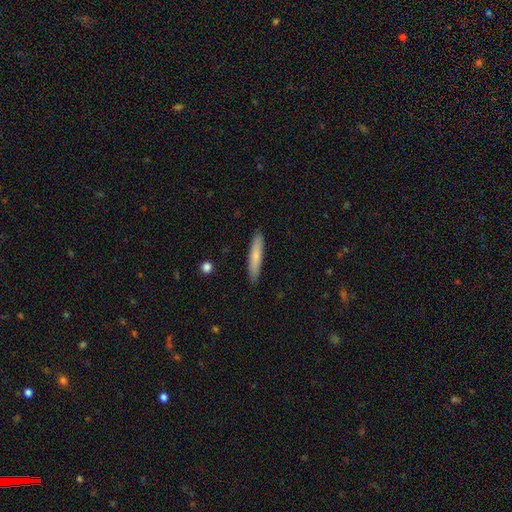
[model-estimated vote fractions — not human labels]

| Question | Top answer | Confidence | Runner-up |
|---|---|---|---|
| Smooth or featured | smooth | 73% | featured or disk (21%) |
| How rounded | cigar-shaped | 90% | in between (9%) |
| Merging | none | 90% | minor disturbance (8%) |